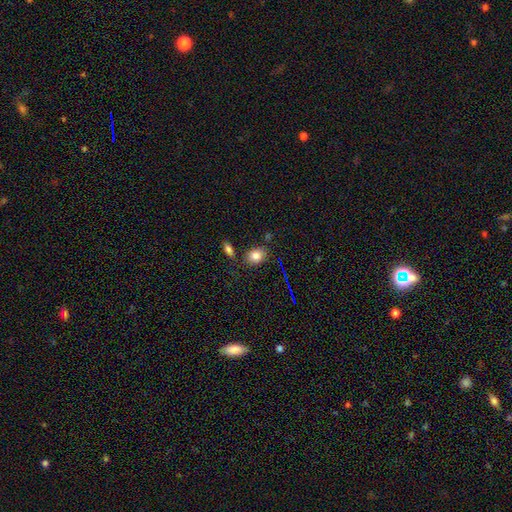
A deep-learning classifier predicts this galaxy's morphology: A smooth galaxy with no disk features (81%) that is in between round and cigar-shaped (65%). Merging: none (76%).